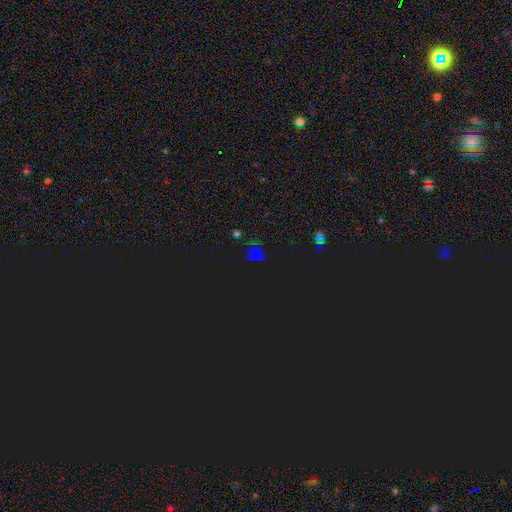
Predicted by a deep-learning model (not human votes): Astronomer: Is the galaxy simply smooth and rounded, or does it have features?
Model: star or artifact — 64%.